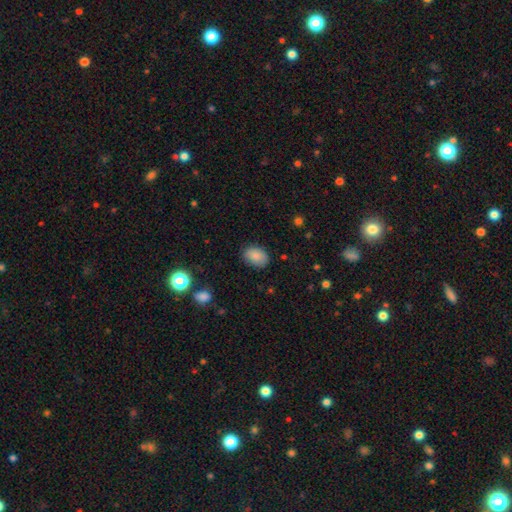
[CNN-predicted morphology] The model was most divided on "how rounded": in between: 77%, round: 22%, cigar-shaped: 1%. More confident: smooth or featured — smooth (86%); merging — none (80%).